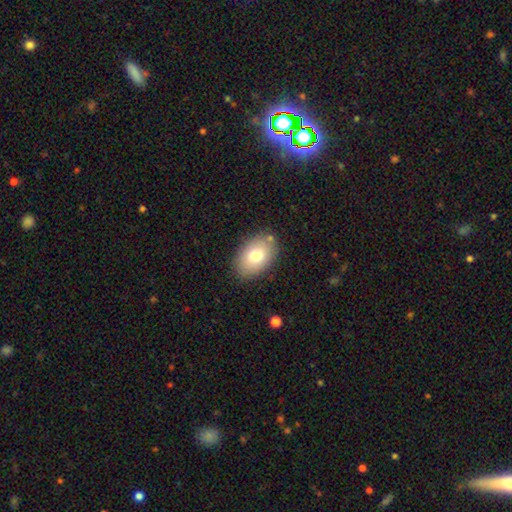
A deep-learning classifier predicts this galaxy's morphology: This appears to be a smooth galaxy with no disk features (75%) that is in between round and cigar-shaped (88%). Merging: none (83%).